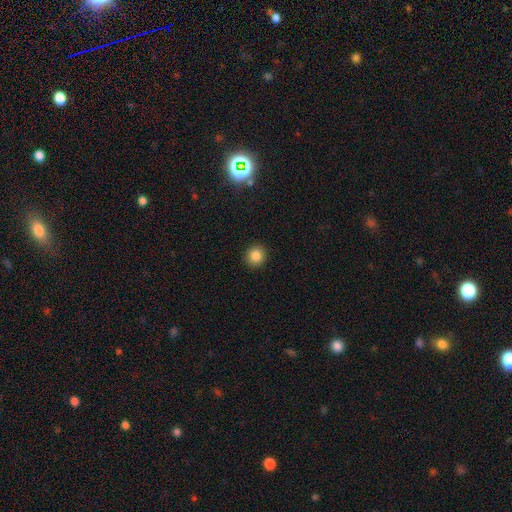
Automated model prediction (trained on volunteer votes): Overall: smooth (84%). How rounded: round (89%). Merging: none (92%).